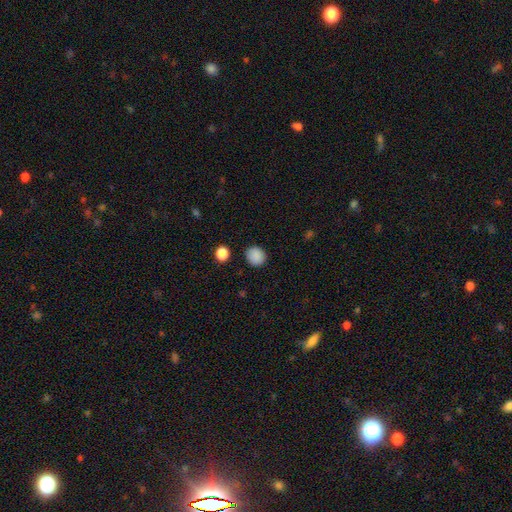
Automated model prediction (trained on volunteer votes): smooth 87%, star or artifact 9%, featured or disk 3%. Down the decision tree: how rounded — round (82%); merging — none (88%).